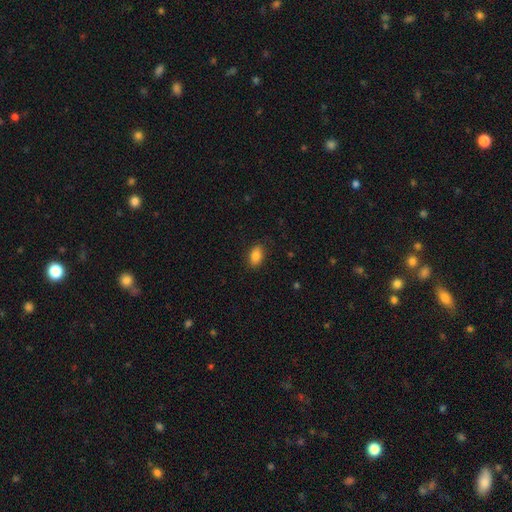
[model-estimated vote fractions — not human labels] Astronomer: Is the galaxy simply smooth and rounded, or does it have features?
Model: smooth — 86%.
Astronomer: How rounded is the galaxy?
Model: in between — 89%.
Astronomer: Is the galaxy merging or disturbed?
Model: none — 85%.